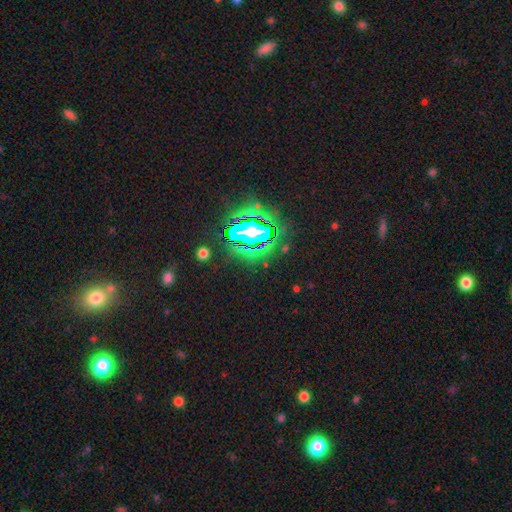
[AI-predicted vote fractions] This appears to be a star or artifact, not a galaxy (77%).